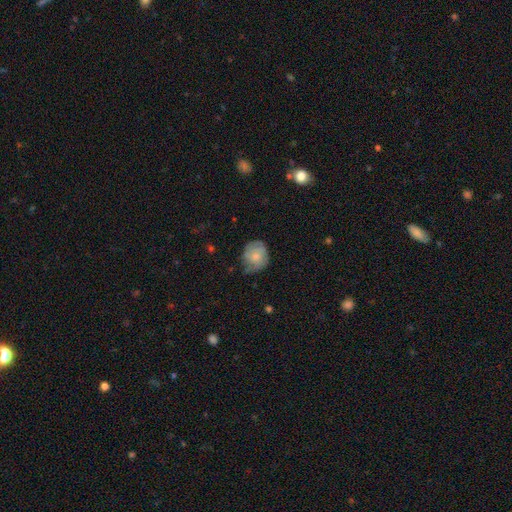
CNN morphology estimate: This is likely a smooth galaxy (66%). How rounded: likely round (70%). Merging: possibly none (53%).